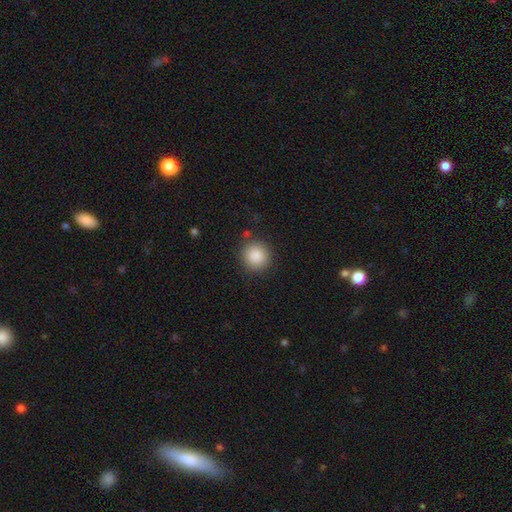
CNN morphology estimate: This is clearly a smooth galaxy (88%). How rounded: clearly round (93%). Merging: clearly none (86%).